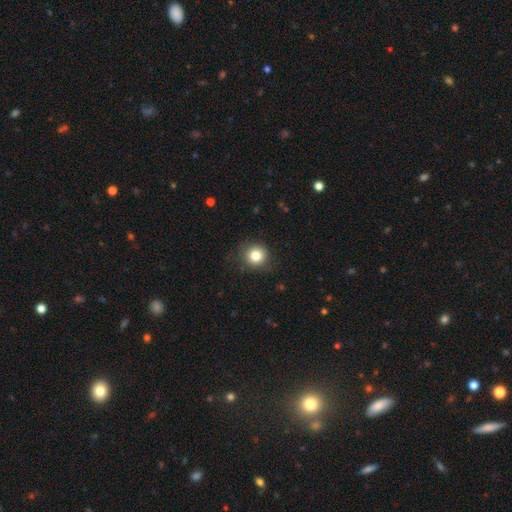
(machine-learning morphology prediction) This appears to be a smooth galaxy with no disk features (82%) that is round (91%). Merging: none (85%).